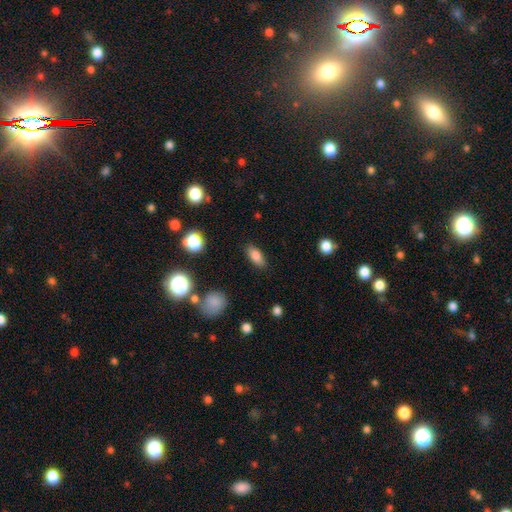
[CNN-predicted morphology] Smooth or featured? Predicted: smooth (p=0.79). How rounded? Predicted: in between (p=0.83). Merging? Predicted: none (p=0.86).